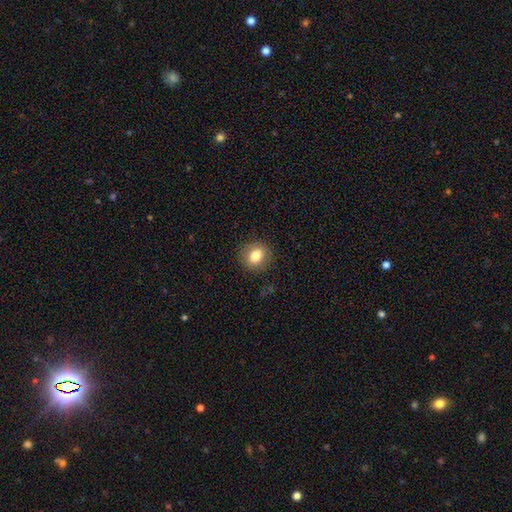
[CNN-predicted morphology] A smooth galaxy with no disk features (81%) that is round (72%). Merging: none (88%).